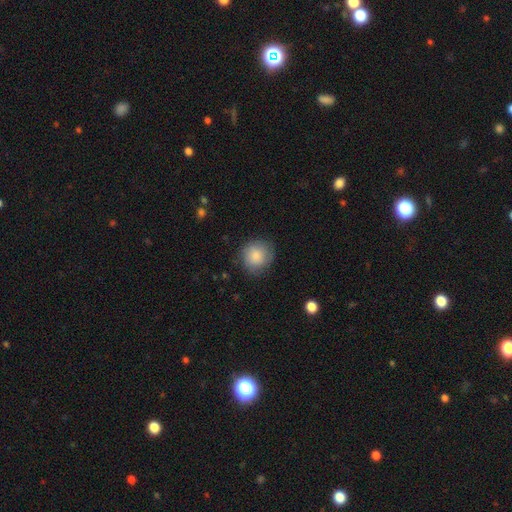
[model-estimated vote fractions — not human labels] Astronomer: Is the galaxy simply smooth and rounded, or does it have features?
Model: smooth — 80%.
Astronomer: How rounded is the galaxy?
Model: round — 88%.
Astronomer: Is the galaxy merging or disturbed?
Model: none — 78%.